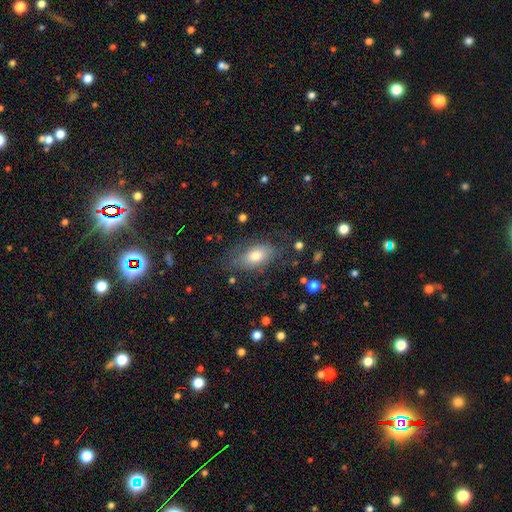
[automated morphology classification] This appears to be a smooth galaxy with no disk features (72%) that is in between round and cigar-shaped (87%). Merging: none (69%).